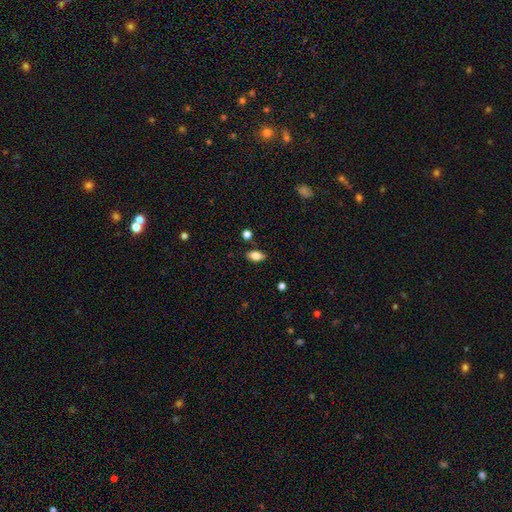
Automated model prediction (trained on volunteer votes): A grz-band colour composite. It shows a smooth galaxy with no disk features (80%) that is in between round and cigar-shaped (90%). Merging: none (85%).